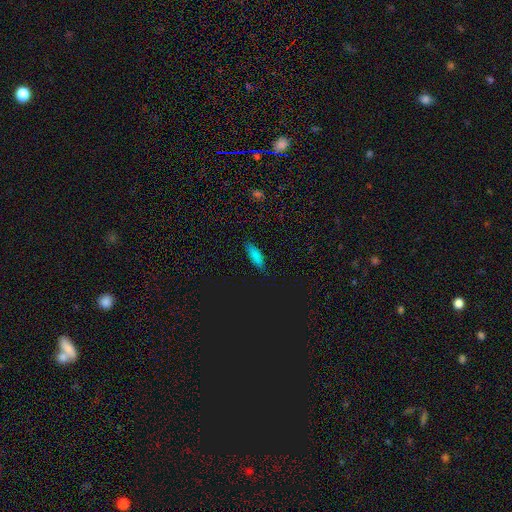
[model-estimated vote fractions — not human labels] A smooth galaxy with no disk features (78%) that is in between round and cigar-shaped (63%).

Vote fractions:
- Smooth or featured? smooth: 78% / star or artifact: 14% / featured or disk: 7%
- How rounded? in between: 63% / cigar-shaped: 35% / round: 3%
- Merging? none: 86% / minor disturbance: 11% / major disturbance: 2% / merger: 1%